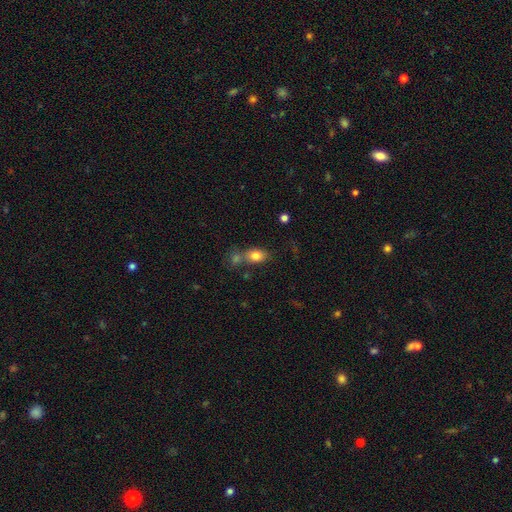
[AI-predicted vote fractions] Smooth or featured: smooth — 81% (star or artifact — 10%)
How rounded: in between — 75% (round — 23%)
Merging: none — 57% (merger — 25%)